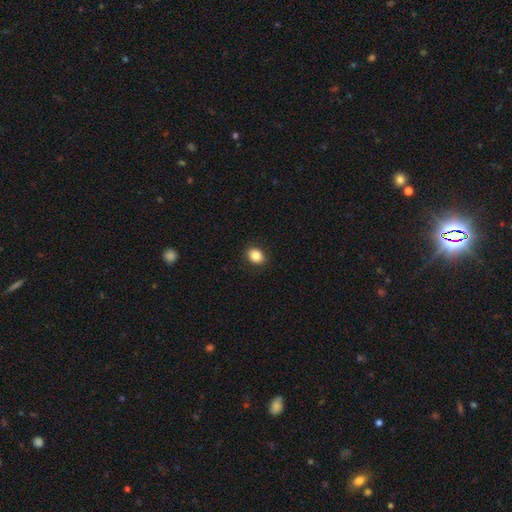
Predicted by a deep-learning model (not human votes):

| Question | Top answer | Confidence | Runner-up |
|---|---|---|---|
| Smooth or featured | smooth | 85% | star or artifact (9%) |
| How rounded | in between | 56% | round (43%) |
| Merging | none | 90% | minor disturbance (7%) |